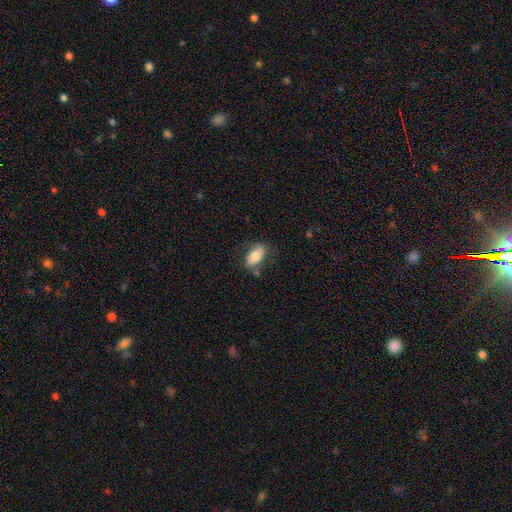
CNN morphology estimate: Smooth or featured: smooth — 72% (featured or disk — 21%)
How rounded: in between — 91% (round — 5%)
Merging: none — 66% (minor disturbance — 21%)